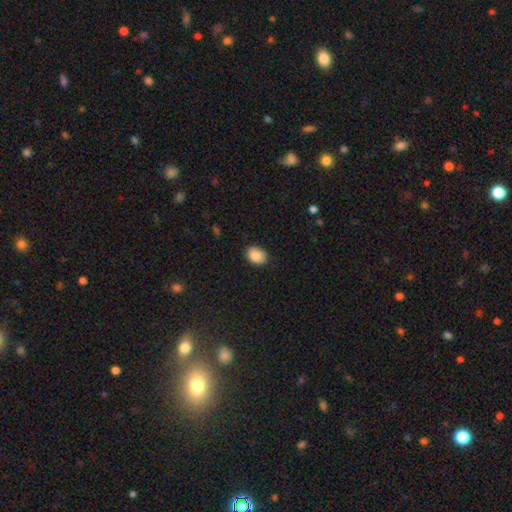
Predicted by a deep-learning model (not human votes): Q: Smooth or featured?
A: smooth (88%); runner-up: star or artifact (8%)
Q: How rounded?
A: in between (72%); runner-up: round (27%)
Q: Merging?
A: none (85%); runner-up: minor disturbance (12%)